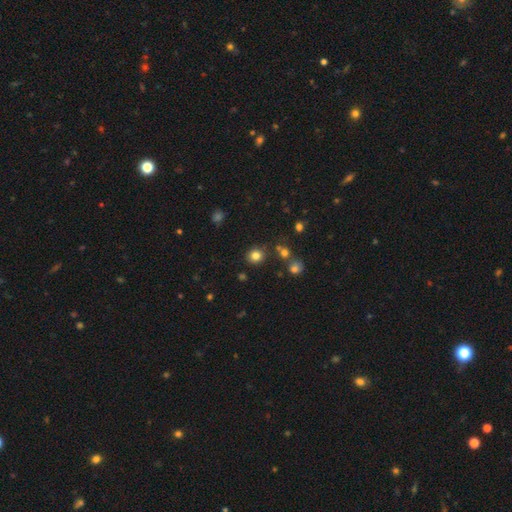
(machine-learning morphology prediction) A smooth galaxy with no disk features (81%) that is round (83%). Merging: none (84%).